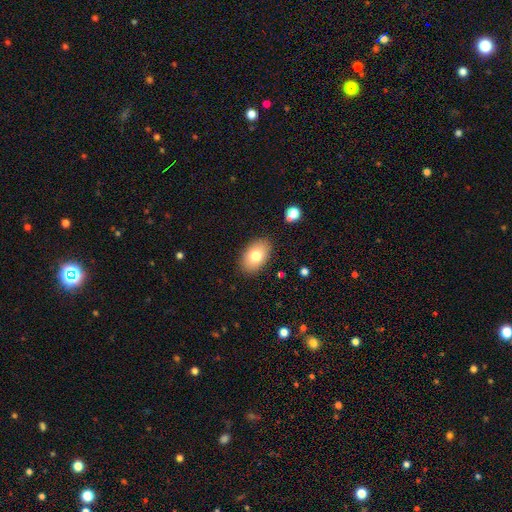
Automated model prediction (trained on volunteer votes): Overall: smooth (77%). How rounded: in between (88%). Merging: none (86%).